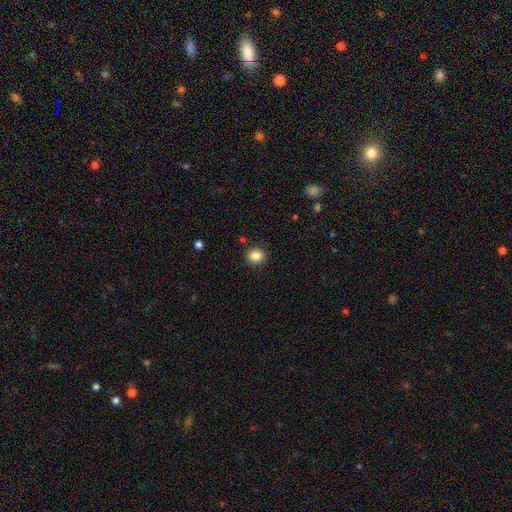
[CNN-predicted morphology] This is clearly a smooth galaxy (86%). How rounded: clearly round (82%). Merging: clearly none (89%).